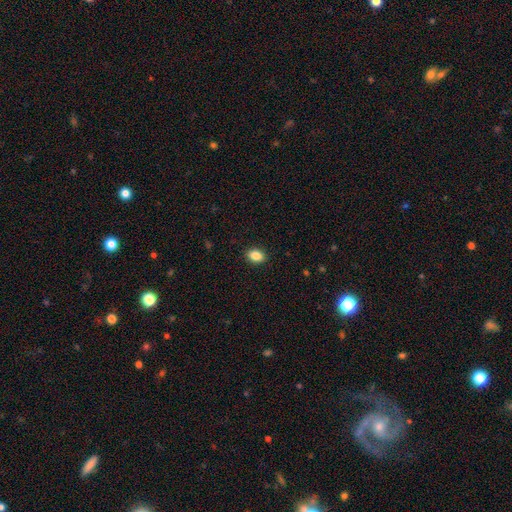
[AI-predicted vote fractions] Q: Smooth or featured?
A: smooth (87%); runner-up: star or artifact (9%)
Q: How rounded?
A: in between (76%); runner-up: round (22%)
Q: Merging?
A: none (90%); runner-up: minor disturbance (7%)